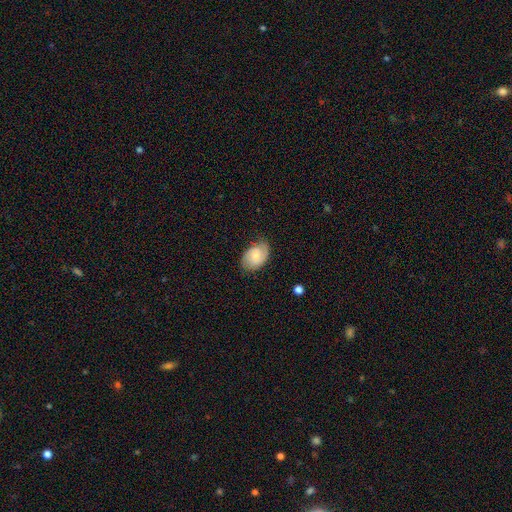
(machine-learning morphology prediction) Q: Smooth or featured?
A: featured or disk (49%); runner-up: smooth (44%)
Q: Merging?
A: none (71%); runner-up: minor disturbance (22%)